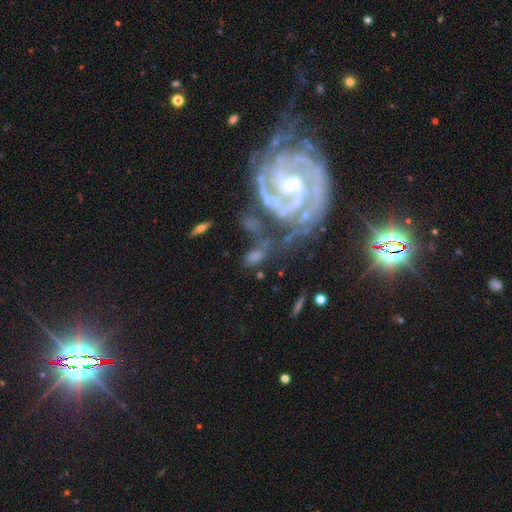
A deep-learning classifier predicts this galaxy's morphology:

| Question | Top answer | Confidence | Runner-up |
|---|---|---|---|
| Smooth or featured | featured or disk | 43% | smooth (41%) |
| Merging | none | 36% | merger (23%) |